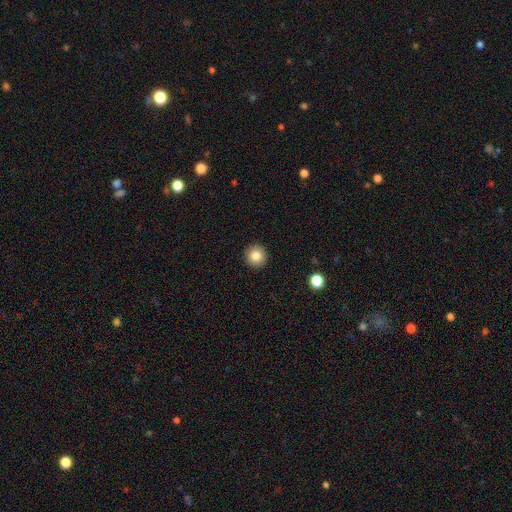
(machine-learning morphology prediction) smooth_or_featured: smooth (p=0.83) [alt: star or artifact p=0.10]
how_rounded: round (p=0.95) [alt: in between p=0.04]
merging: none (p=0.93) [alt: minor disturbance p=0.04]